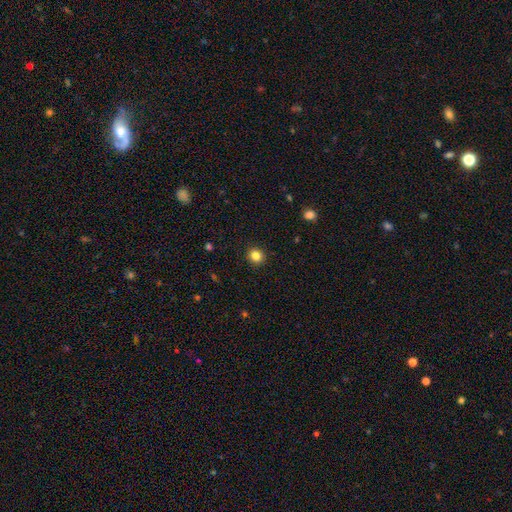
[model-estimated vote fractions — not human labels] smooth-or-featured: smooth: 83% | star or artifact: 12% | featured or disk: 5%
  how-rounded: round: 86% | in between: 13% | cigar-shaped: 1%
  merging: none: 92% | minor disturbance: 5% | major disturbance: 2% | merger: 1%